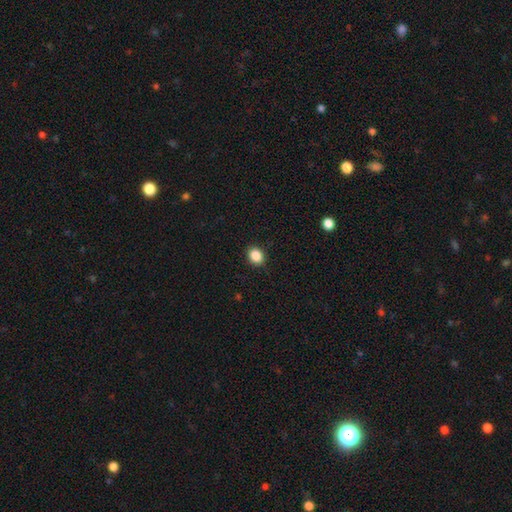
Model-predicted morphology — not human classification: smooth_or_featured: smooth (p=0.87) [alt: star or artifact p=0.10]
how_rounded: round (p=0.57) [alt: in between p=0.42]
merging: none (p=0.90) [alt: minor disturbance p=0.07]